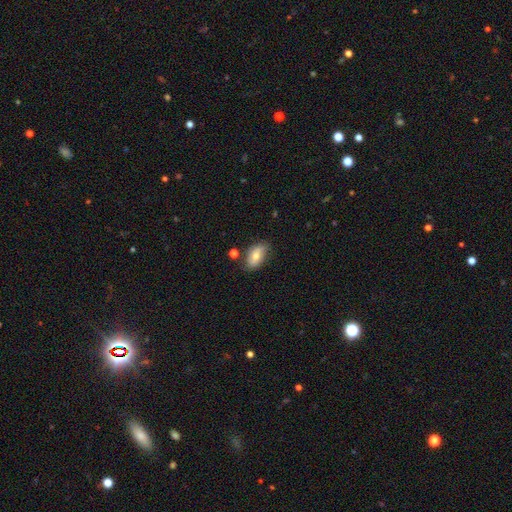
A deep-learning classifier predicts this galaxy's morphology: Smooth or featured? Predicted: smooth (p=0.65). How rounded? Predicted: in between (p=0.90). Merging? Predicted: none (p=0.73).